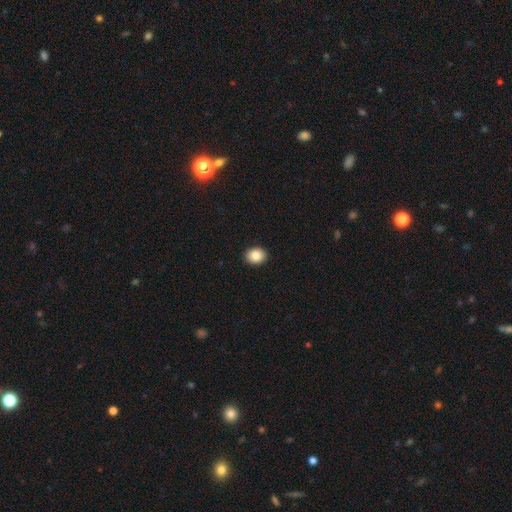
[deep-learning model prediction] Smooth or featured? Predicted: smooth (p=0.86). How rounded? Predicted: round (p=0.57). Merging? Predicted: none (p=0.92).